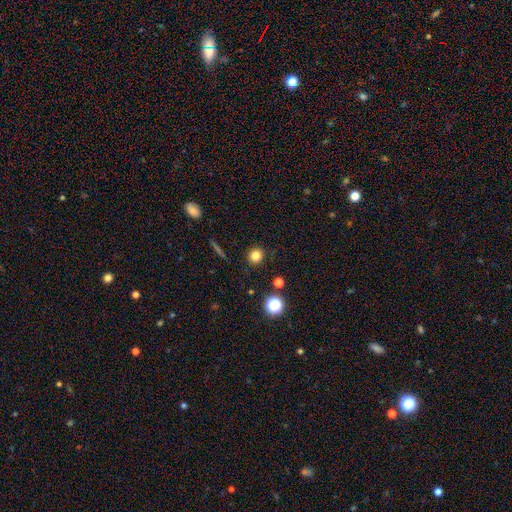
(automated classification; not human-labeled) This is clearly a smooth galaxy (80%). How rounded: clearly round (90%). Merging: clearly none (90%).